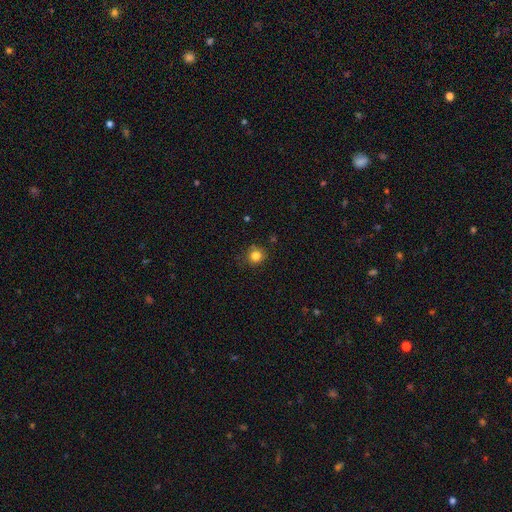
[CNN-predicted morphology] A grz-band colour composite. It shows a smooth galaxy with no disk features (83%) that is round (91%). Merging: none (85%).